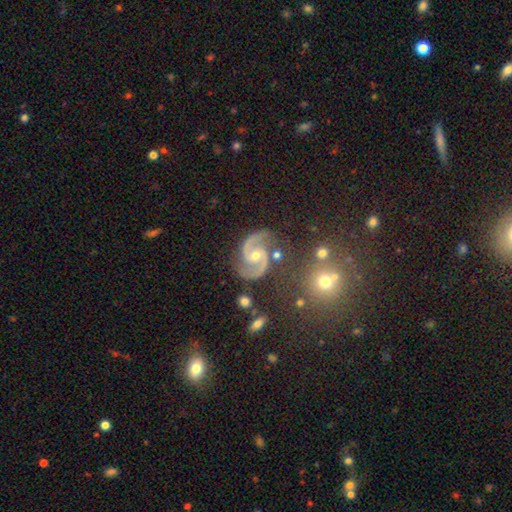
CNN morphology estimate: A featured or disk galaxy (92%) with no bar (57%), 2 (94%) medium (64%) spiral arms (98%) and a moderate central bulge (51%).

Vote fractions:
- Smooth or featured? featured or disk: 92% / star or artifact: 5% / smooth: 3%
- Edge-on disk? no: 98% / yes: 2%
- Bar? no: 57% / weak: 33% / strong: 10%
- Spiral arms? yes: 98% / no: 2%
- Spiral winding? medium: 64% / loose: 19% / tight: 18%
- Spiral arm count? 2: 94% / 3: 1% / can't tell: 1% / 1: 1% / 4: 1% / more than 4: 1%
- Bulge size? moderate: 51% / small: 45% / large: 2% / none: 1% / dominant: 1%
- Merging? none: 78% / minor disturbance: 14% / major disturbance: 5% / merger: 3%